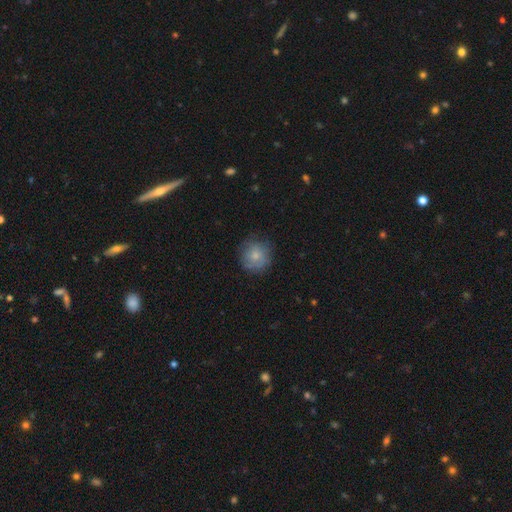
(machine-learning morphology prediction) Smooth or featured? smooth (71%)
How rounded? round (92%)
Merging? none (76%)